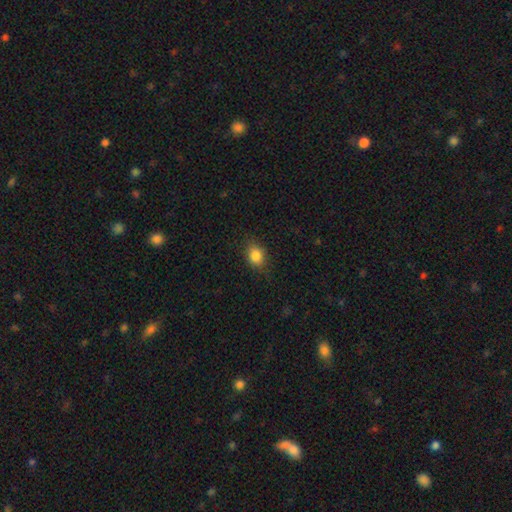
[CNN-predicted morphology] smooth 84%, star or artifact 10%, featured or disk 6%. Down the decision tree: how rounded — in between (54%); merging — none (79%).